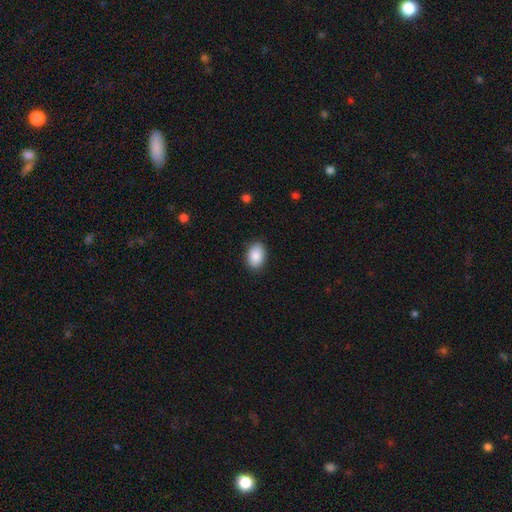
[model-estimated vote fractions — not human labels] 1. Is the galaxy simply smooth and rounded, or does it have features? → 89% smooth, 7% star or artifact, 4% featured or disk.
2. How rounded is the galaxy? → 86% in between, 13% round, 1% cigar-shaped.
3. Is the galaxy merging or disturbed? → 87% none, 9% minor disturbance, 2% major disturbance, 1% merger.